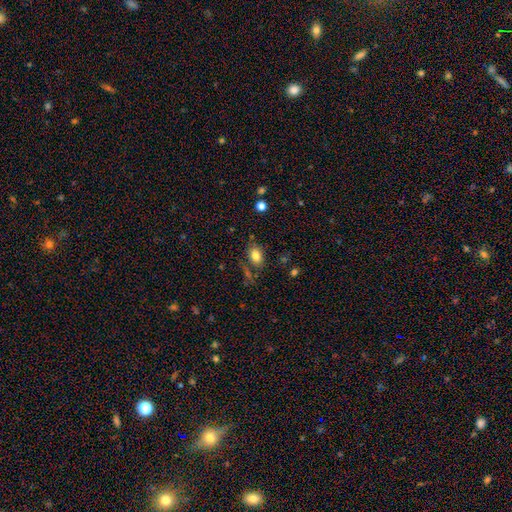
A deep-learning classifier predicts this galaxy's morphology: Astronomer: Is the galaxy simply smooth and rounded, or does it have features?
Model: smooth — 82%.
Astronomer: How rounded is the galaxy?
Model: in between — 82%.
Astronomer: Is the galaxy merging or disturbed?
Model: none — 72%.